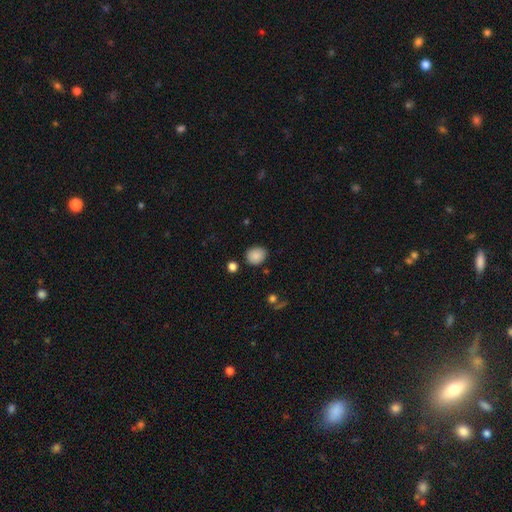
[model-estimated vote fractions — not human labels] smooth_or_featured: smooth (p=0.86) [alt: star or artifact p=0.10]
how_rounded: round (p=0.59) [alt: in between p=0.40]
merging: none (p=0.81) [alt: minor disturbance p=0.13]